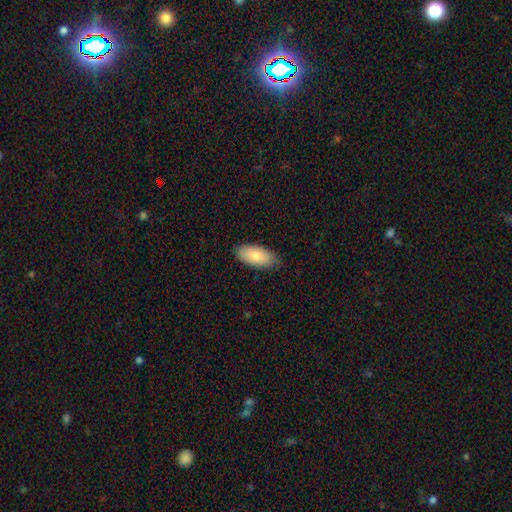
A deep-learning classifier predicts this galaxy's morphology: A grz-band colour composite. It shows a smooth galaxy with no disk features (84%) that is in between round and cigar-shaped (90%). Merging: none (82%).